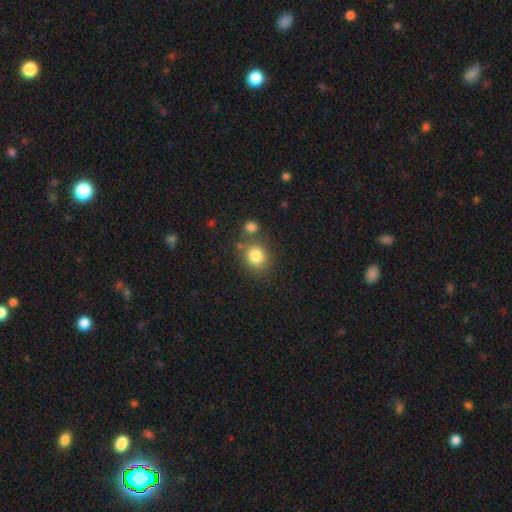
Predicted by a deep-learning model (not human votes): A smooth galaxy with no disk features (83%) that is round (78%).

Vote fractions:
- Smooth or featured? smooth: 83% / star or artifact: 11% / featured or disk: 7%
- How rounded? round: 78% / in between: 21% / cigar-shaped: 1%
- Merging? none: 70% / merger: 15% / minor disturbance: 11% / major disturbance: 4%